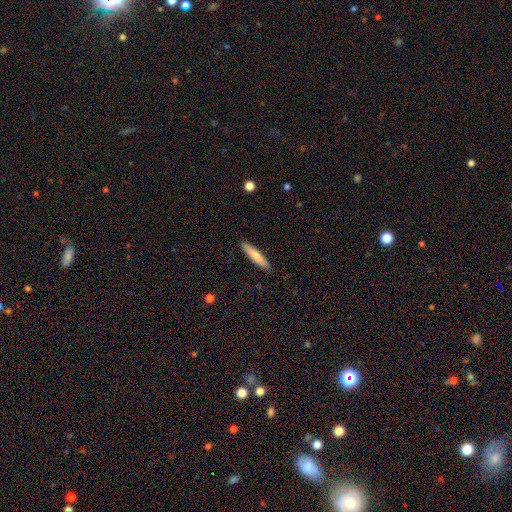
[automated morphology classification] A smooth galaxy with no disk features (77%) that is cigar-shaped (88%). Merging: none (90%).